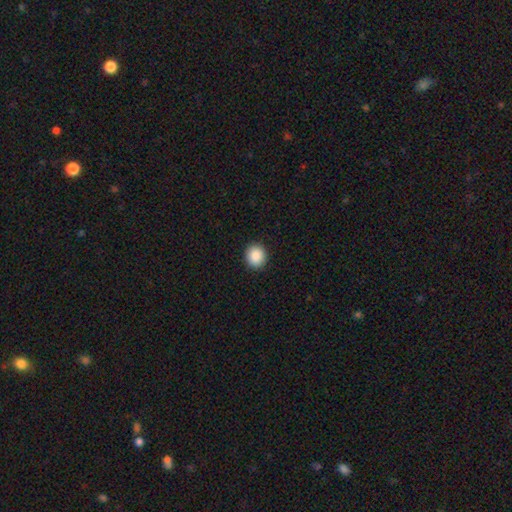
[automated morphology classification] Smooth or featured?
  - smooth: 89% *
  - star or artifact: 8%
  - featured or disk: 3%
How rounded?
  - round: 83% *
  - in between: 16%
  - cigar-shaped: 1%
Merging?
  - none: 92% *
  - minor disturbance: 6%
  - major disturbance: 2%
  - merger: 1%